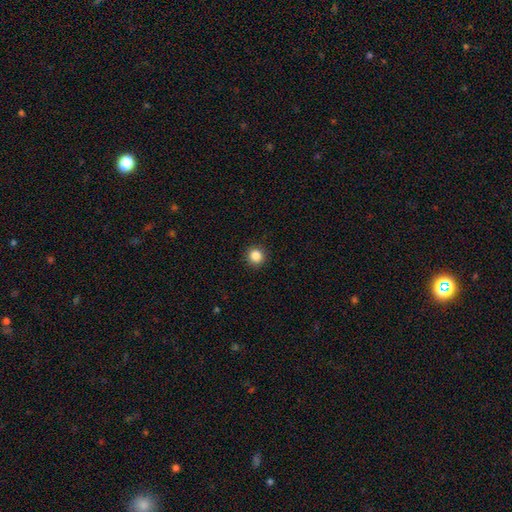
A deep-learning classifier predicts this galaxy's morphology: type=smooth (86%); roundness=round (94%); merging=none (92%).